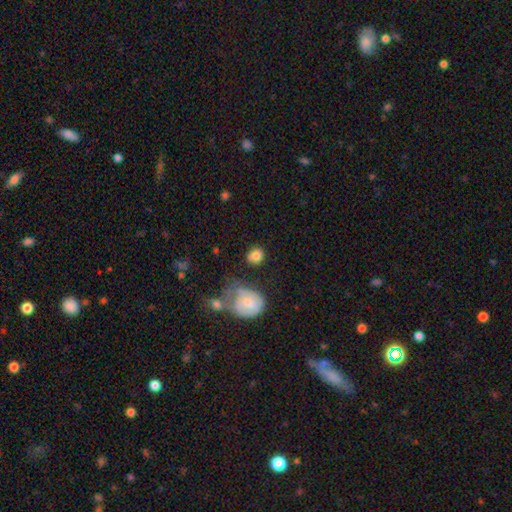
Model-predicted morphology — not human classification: A smooth galaxy with no disk features (81%) that is round (79%).

Vote fractions:
- Smooth or featured? smooth: 81% / featured or disk: 12% / star or artifact: 8%
- How rounded? round: 79% / in between: 20% / cigar-shaped: 1%
- Merging? none: 69% / minor disturbance: 15% / merger: 8% / major disturbance: 7%